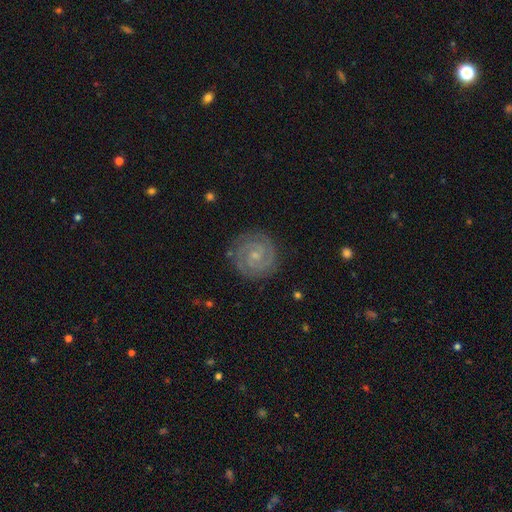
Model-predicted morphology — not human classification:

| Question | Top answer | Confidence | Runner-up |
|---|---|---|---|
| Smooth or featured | featured or disk | 88% | smooth (7%) |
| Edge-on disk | no | 98% | yes (2%) |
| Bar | no | 59% | weak (33%) |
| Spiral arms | yes | 98% | no (2%) |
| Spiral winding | tight | 78% | medium (20%) |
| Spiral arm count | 2 | 81% | 3 (8%) |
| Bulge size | small | 75% | moderate (17%) |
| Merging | none | 85% | minor disturbance (11%) |